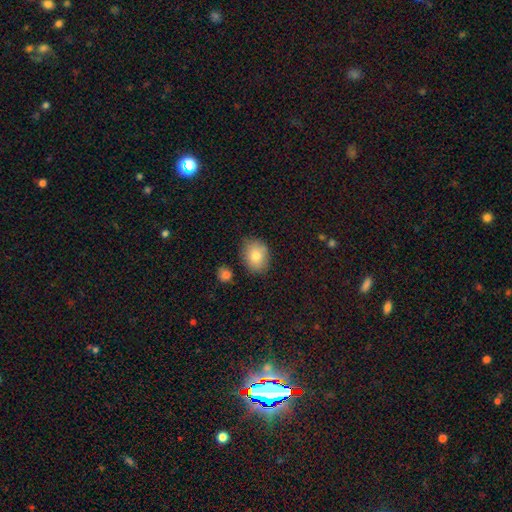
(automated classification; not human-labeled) Morphology: type=smooth (81%); roundness=in between (58%); merging=none (79%).